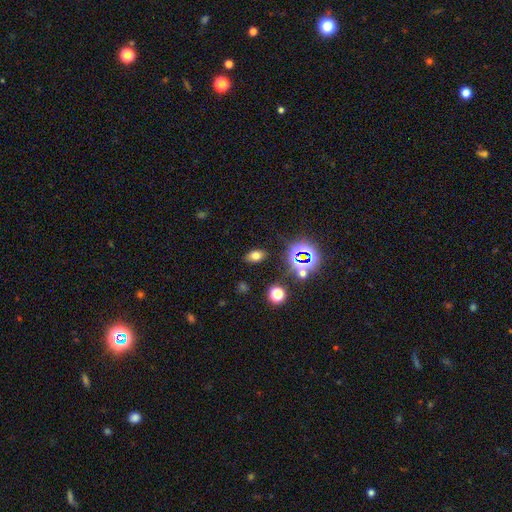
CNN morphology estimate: smooth-or-featured: smooth: 67% | star or artifact: 24% | featured or disk: 9%
  how-rounded: in between: 84% | round: 14% | cigar-shaped: 2%
  merging: none: 85% | minor disturbance: 9% | major disturbance: 3% | merger: 2%